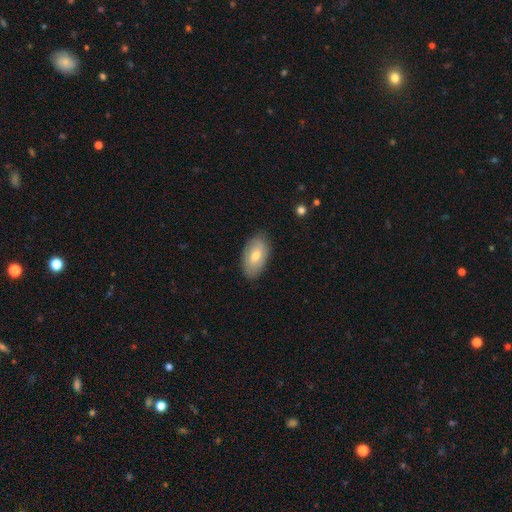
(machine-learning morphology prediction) This is likely a smooth galaxy (73%). How rounded: clearly in between (94%). Merging: clearly none (82%).